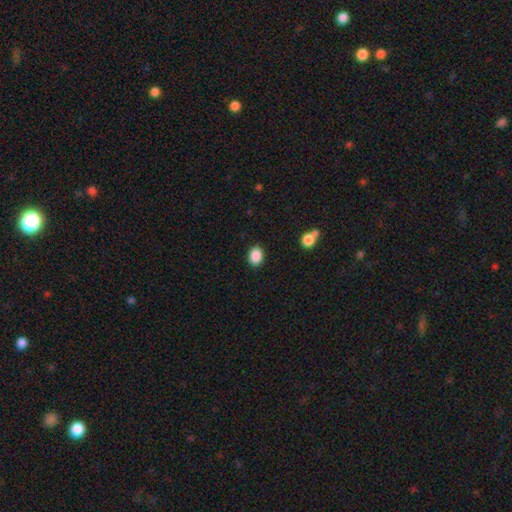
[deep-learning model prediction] smooth-or-featured: smooth: 89% | star or artifact: 8% | featured or disk: 3%
  how-rounded: in between: 68% | round: 31% | cigar-shaped: 1%
  merging: none: 88% | minor disturbance: 8% | major disturbance: 2% | merger: 1%